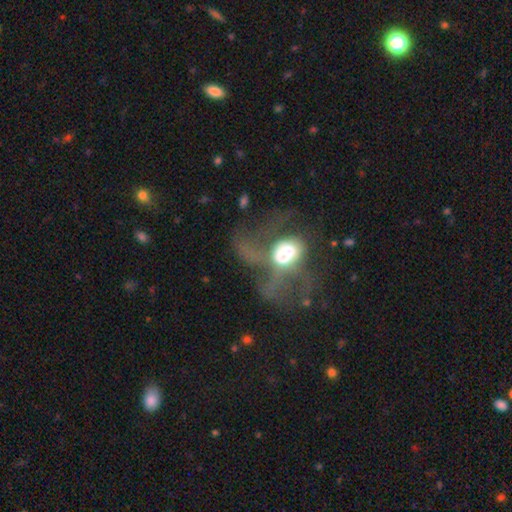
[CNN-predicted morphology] A featured or disk galaxy (59%) with no bar (71%), no spiral arms (53%) and a moderate central bulge (43%).

Vote fractions:
- Smooth or featured? featured or disk: 59% / smooth: 22% / star or artifact: 19%
- Edge-on disk? no: 95% / yes: 5%
- Bar? no: 71% / weak: 21% / strong: 8%
- Spiral arms? no: 53% / yes: 47%
- Bulge size? moderate: 43% / large: 37% / small: 8% / dominant: 7% / none: 5%
- Merging? major disturbance: 50% / none: 27% / merger: 12% / minor disturbance: 12%